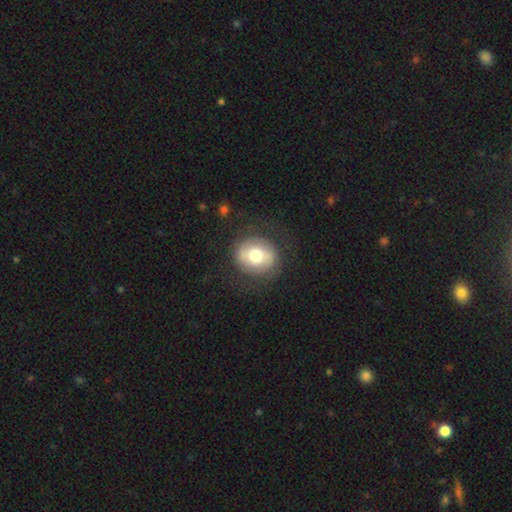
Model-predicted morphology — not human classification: Smooth or featured? Predicted: smooth (p=0.62). How rounded? Predicted: round (p=0.77). Merging? Predicted: none (p=0.79).